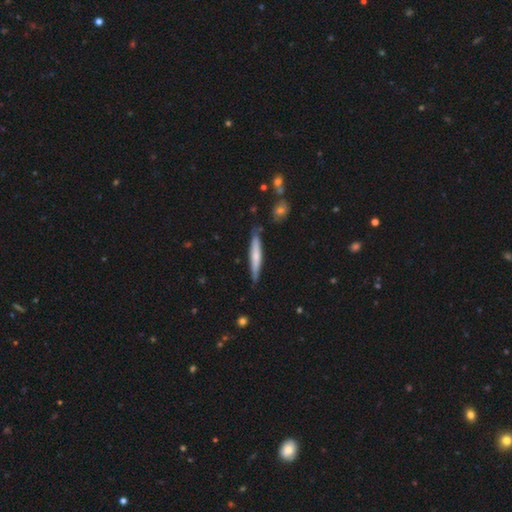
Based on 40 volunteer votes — smooth 72%, featured or disk 22%, star or artifact 5%. Down the decision tree: how rounded — cigar-shaped (97%); merging — none (76%).